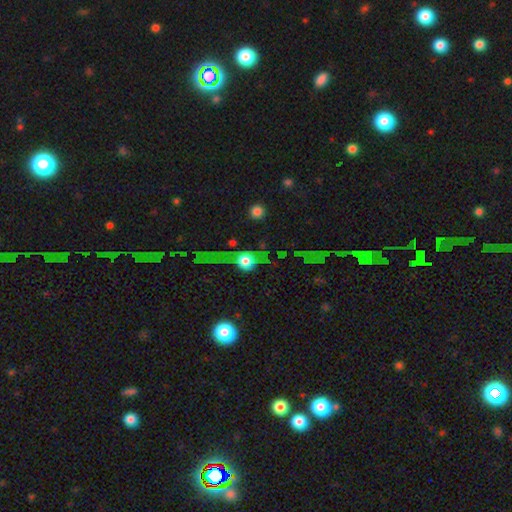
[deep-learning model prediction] Morphology: type=star or artifact (60%).